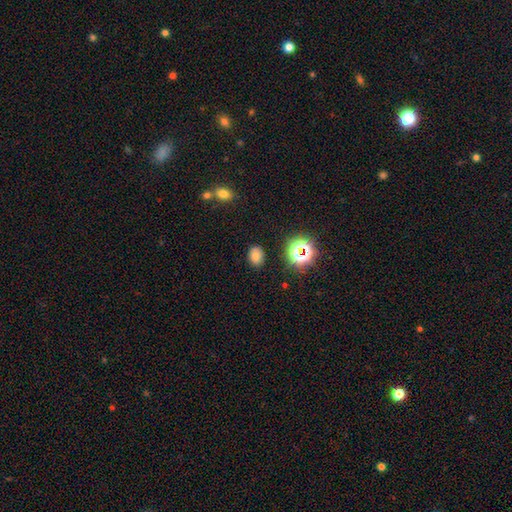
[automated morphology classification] Smooth or featured? smooth (72%)
How rounded? in between (66%)
Merging? none (84%)